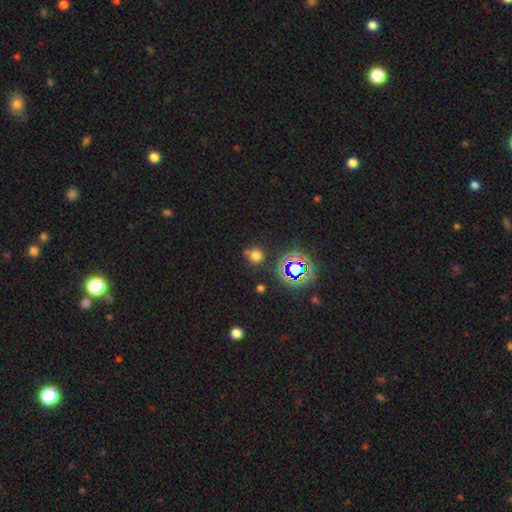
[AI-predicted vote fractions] This appears to be a smooth galaxy with no disk features (63%) that is round (89%). Merging: none (73%).